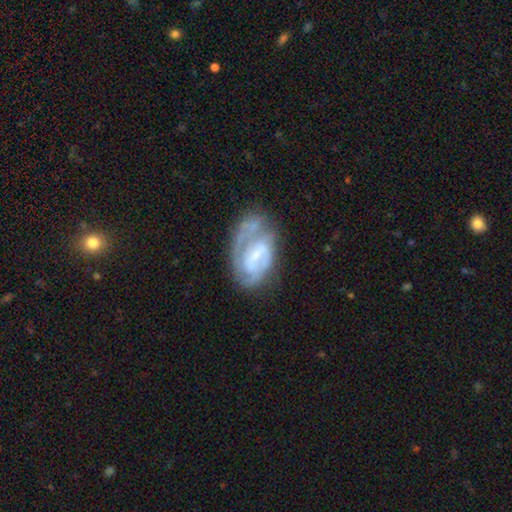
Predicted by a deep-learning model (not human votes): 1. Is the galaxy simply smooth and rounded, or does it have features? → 78% featured or disk, 16% smooth, 6% star or artifact.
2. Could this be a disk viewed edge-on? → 97% no, 3% yes.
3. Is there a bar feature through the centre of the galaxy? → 49% weak, 32% no, 19% strong.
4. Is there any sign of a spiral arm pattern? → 86% yes, 14% no.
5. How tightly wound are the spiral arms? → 50% tight, 38% medium, 12% loose.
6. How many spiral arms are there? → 44% 2, 26% can't tell, 16% 1, 10% 3, 2% 4, 2% more than 4.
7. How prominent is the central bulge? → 53% small, 27% moderate, 16% none, 3% large, 1% dominant.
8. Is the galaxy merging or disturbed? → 45% none, 26% minor disturbance, 23% major disturbance, 6% merger.